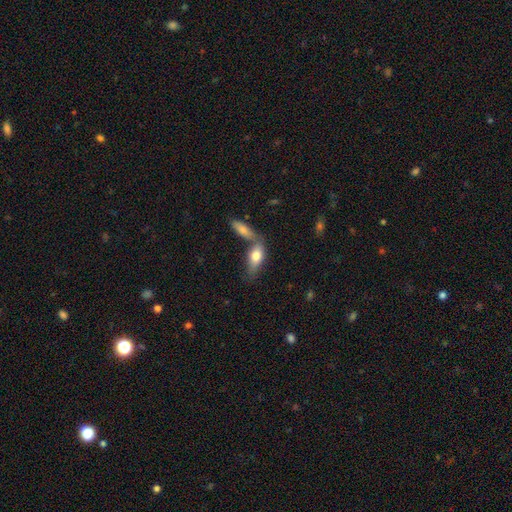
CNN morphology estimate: Smooth or featured? smooth (73%)
How rounded? in between (77%)
Merging? none (44%)